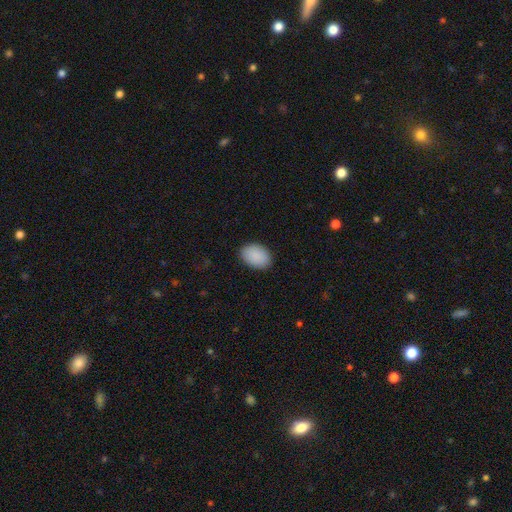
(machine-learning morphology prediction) Smooth or featured: smooth — 91% (star or artifact — 6%)
How rounded: in between — 83% (round — 16%)
Merging: none — 88% (minor disturbance — 9%)